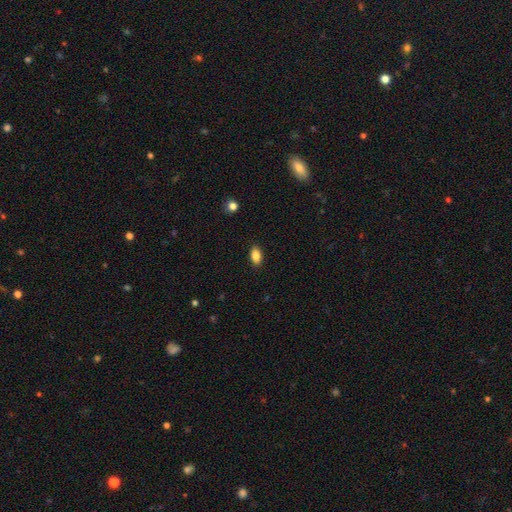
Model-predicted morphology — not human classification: A smooth galaxy with no disk features (86%) that is in between round and cigar-shaped (90%). Merging: none (89%).